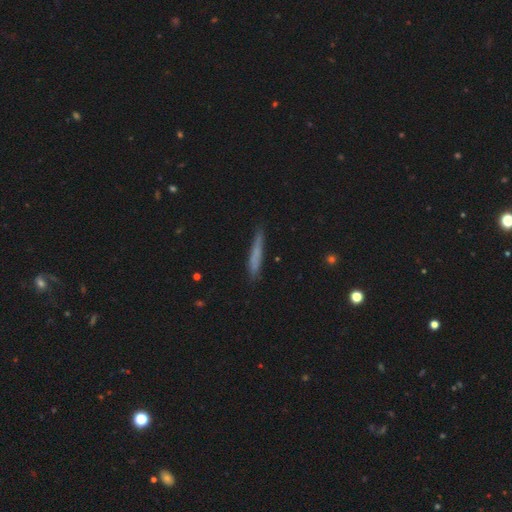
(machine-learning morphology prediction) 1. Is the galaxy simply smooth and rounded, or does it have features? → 67% smooth, 25% featured or disk, 8% star or artifact.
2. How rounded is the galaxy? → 95% cigar-shaped, 4% in between, 1% round.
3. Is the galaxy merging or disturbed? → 83% none, 13% minor disturbance, 2% major disturbance, 2% merger.